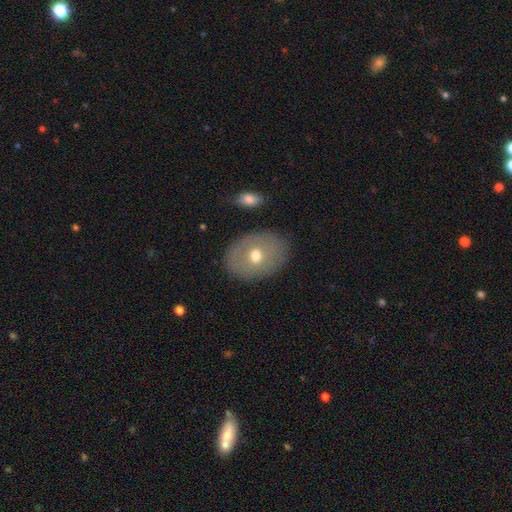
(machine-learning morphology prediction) Smooth or featured: smooth — 58% (featured or disk — 35%)
How rounded: in between — 69% (round — 30%)
Merging: none — 81% (minor disturbance — 12%)